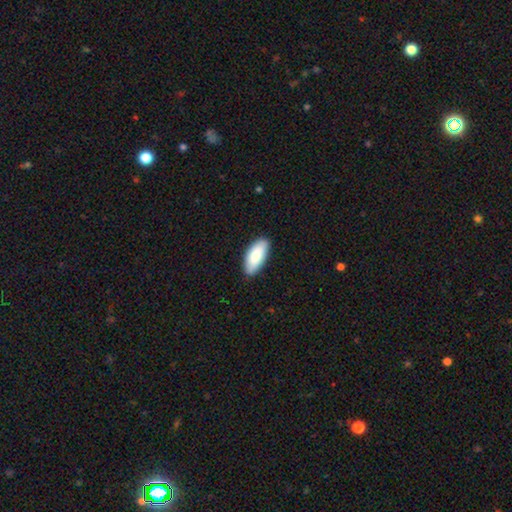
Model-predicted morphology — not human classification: This is clearly a smooth galaxy (82%). How rounded: clearly in between (88%). Merging: clearly none (87%).